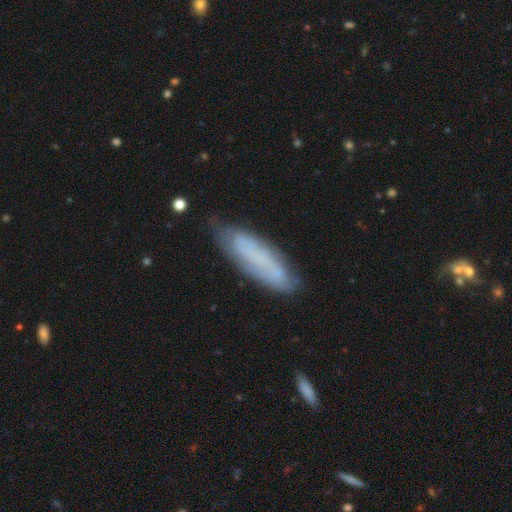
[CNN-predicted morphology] This appears to be a smooth galaxy with no disk features (53%) that is cigar-shaped (56%). Merging: none (70%).